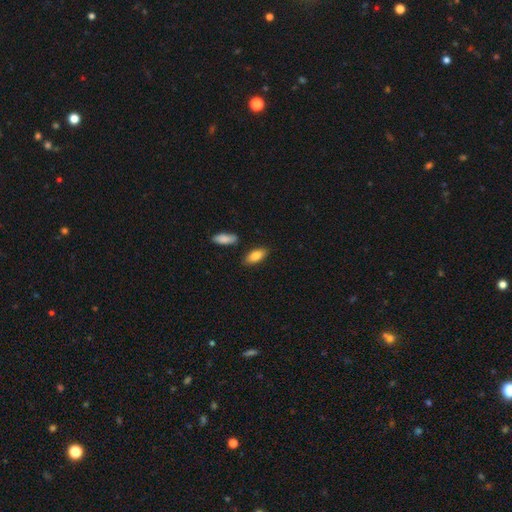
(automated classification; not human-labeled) Q: Smooth or featured?
A: smooth (84%); runner-up: featured or disk (9%)
Q: How rounded?
A: in between (87%); runner-up: cigar-shaped (10%)
Q: Merging?
A: none (84%); runner-up: minor disturbance (10%)